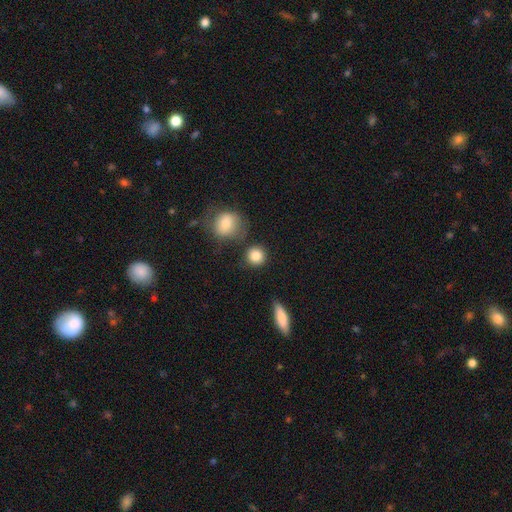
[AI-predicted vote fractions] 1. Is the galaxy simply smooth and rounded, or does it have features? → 86% smooth, 8% star or artifact, 5% featured or disk.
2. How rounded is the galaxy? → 90% round, 9% in between, 1% cigar-shaped.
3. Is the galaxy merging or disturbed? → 78% none, 10% minor disturbance, 8% merger, 4% major disturbance.